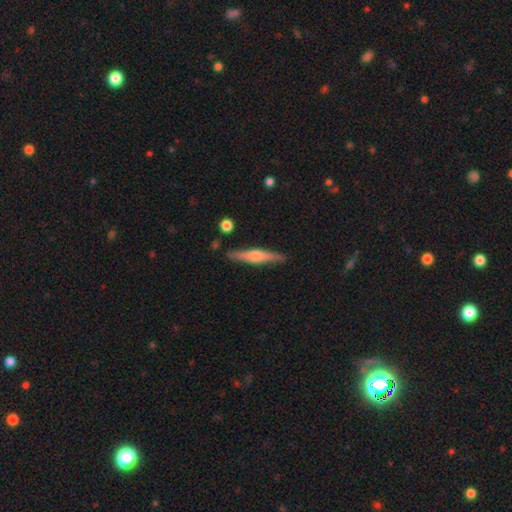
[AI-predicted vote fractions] smooth_or_featured: featured or disk (p=0.60) [alt: smooth p=0.34]
disk_edge_on: yes (p=0.97) [alt: no p=0.03]
edge_on_bulge: rounded (p=0.79) [alt: boxy p=0.14]
merging: none (p=0.87) [alt: minor disturbance p=0.09]